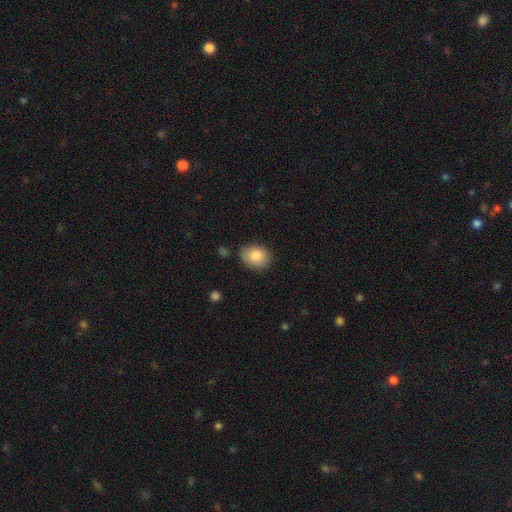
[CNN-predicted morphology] This is clearly a smooth galaxy (85%). How rounded: possibly in between (55%). Merging: clearly none (81%).